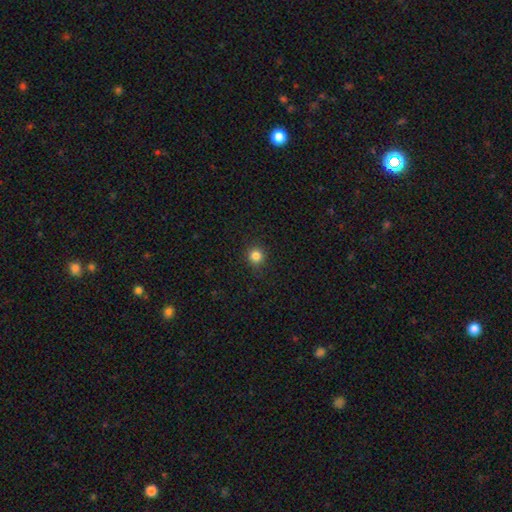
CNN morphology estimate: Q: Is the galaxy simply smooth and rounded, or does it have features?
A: smooth — 83%.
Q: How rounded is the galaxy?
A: round — 94%.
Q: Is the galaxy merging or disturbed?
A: none — 90%.